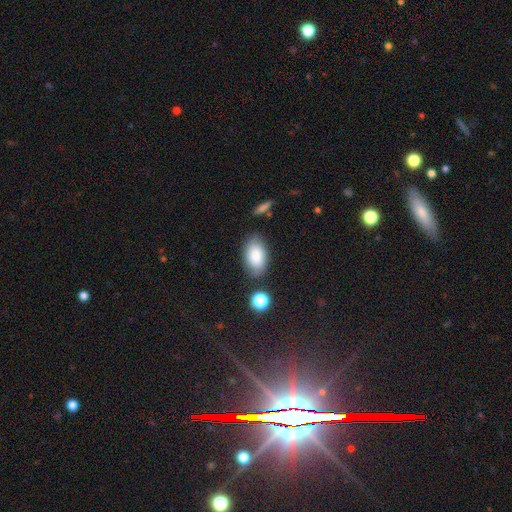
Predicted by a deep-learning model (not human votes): The model was most divided on "merging": none: 76%, minor disturbance: 15%, merger: 5%, major disturbance: 4%. More confident: how rounded — in between (92%); smooth or featured — smooth (82%).